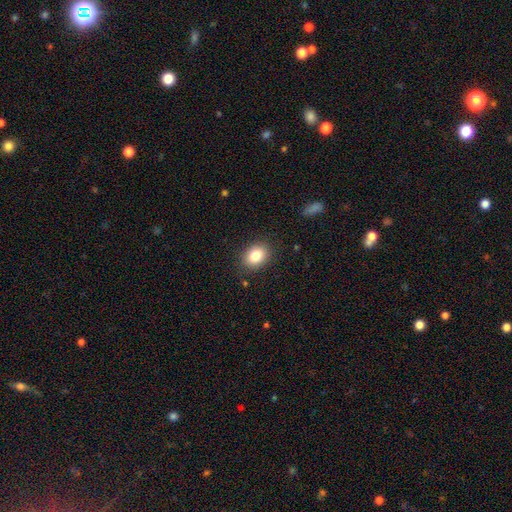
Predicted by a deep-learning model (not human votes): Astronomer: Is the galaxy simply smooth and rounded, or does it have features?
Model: smooth — 83%.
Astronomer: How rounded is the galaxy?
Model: in between — 60% (runner-up: round, 39%).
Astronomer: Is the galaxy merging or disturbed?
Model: none — 87%.